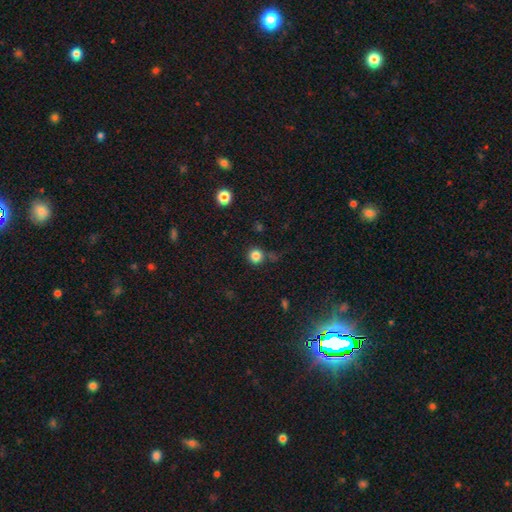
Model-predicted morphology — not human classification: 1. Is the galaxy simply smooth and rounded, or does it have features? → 83% smooth, 13% star or artifact, 4% featured or disk.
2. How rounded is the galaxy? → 94% round, 5% in between, 1% cigar-shaped.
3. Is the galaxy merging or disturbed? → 83% none, 9% minor disturbance, 5% merger, 3% major disturbance.